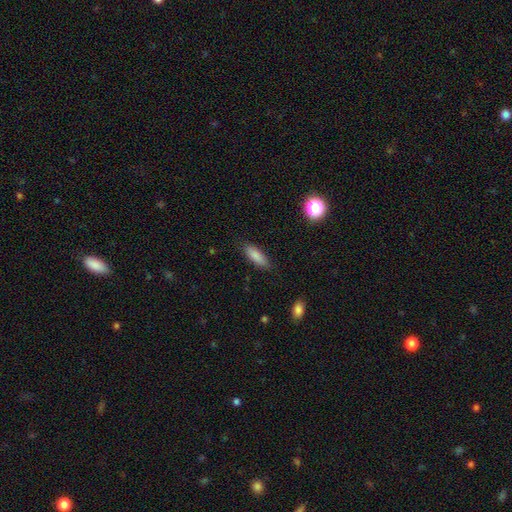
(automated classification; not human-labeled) smooth-or-featured: smooth: 86% | star or artifact: 7% | featured or disk: 7%
  how-rounded: in between: 60% | cigar-shaped: 39% | round: 2%
  merging: none: 84% | minor disturbance: 12% | major disturbance: 3% | merger: 1%